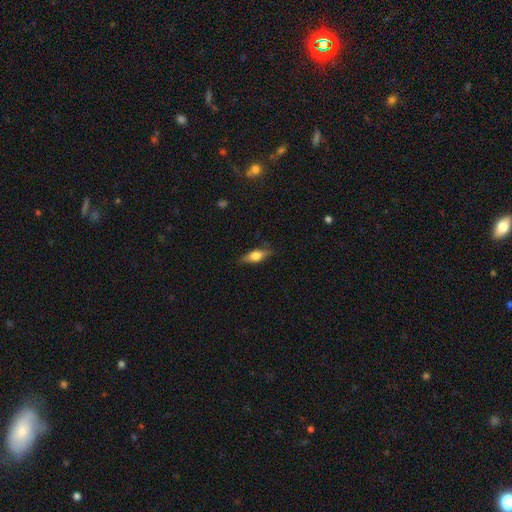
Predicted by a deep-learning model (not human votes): A smooth galaxy with no disk features (51%) that is in between round and cigar-shaped (56%).

Vote fractions:
- Smooth or featured? smooth: 51% / featured or disk: 42% / star or artifact: 7%
- How rounded? in between: 56% / cigar-shaped: 39% / round: 5%
- Merging? none: 82% / minor disturbance: 14% / major disturbance: 3% / merger: 1%